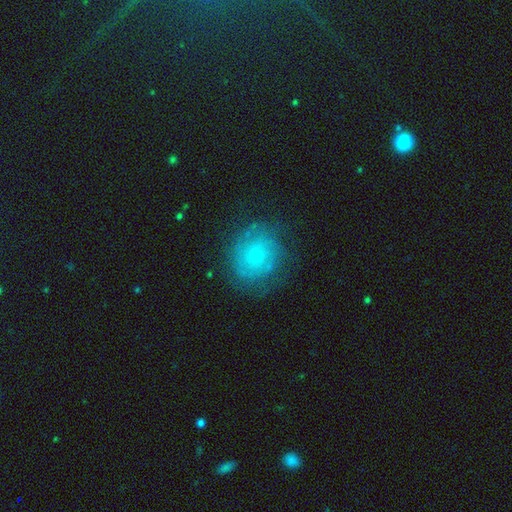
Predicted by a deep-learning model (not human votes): A featured or disk galaxy (52%) with no bar (83%), spiral arms (78%) and a small central bulge (78%). Merging: none (71%).